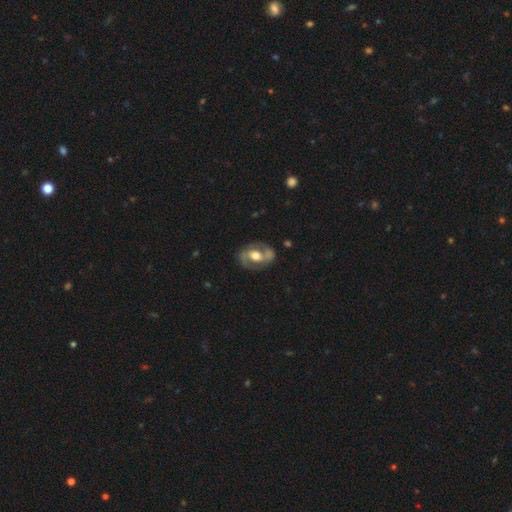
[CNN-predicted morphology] The model was most divided on "bar": no: 38%, weak: 36%, strong: 26%. More confident: edge-on disk — no (96%); spiral arm count — 2 (88%); spiral arms — yes (79%); merging — none (77%); smooth or featured — featured or disk (77%); bulge size — moderate (66%); spiral winding — medium (51%).